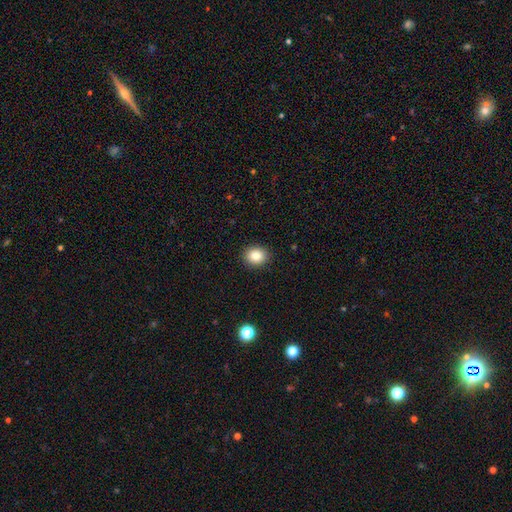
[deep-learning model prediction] smooth 85%, star or artifact 10%, featured or disk 6%. Down the decision tree: how rounded — round (67%); merging — none (91%).